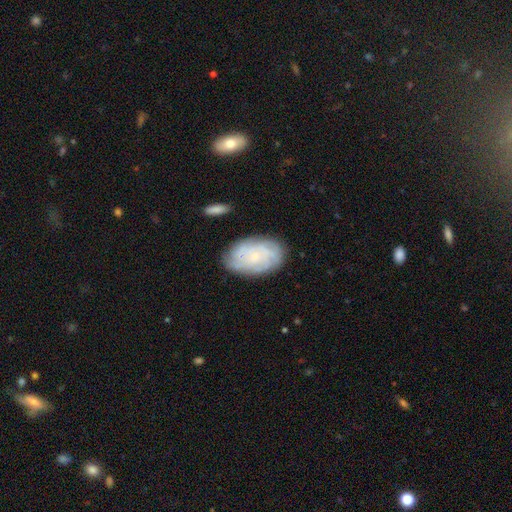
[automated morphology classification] featured or disk 61%, smooth 31%, star or artifact 8%. Down the decision tree: edge-on disk — no (96%); bar — no (81%); spiral arms — yes (85%); bulge size — small (75%); merging — none (77%).